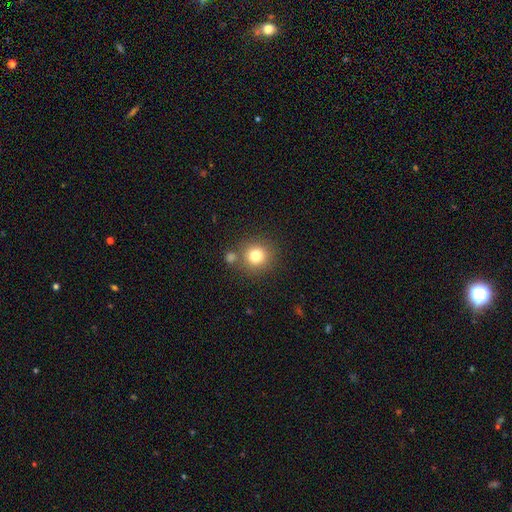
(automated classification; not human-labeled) Smooth or featured? smooth (78%)
How rounded? round (92%)
Merging? none (75%)